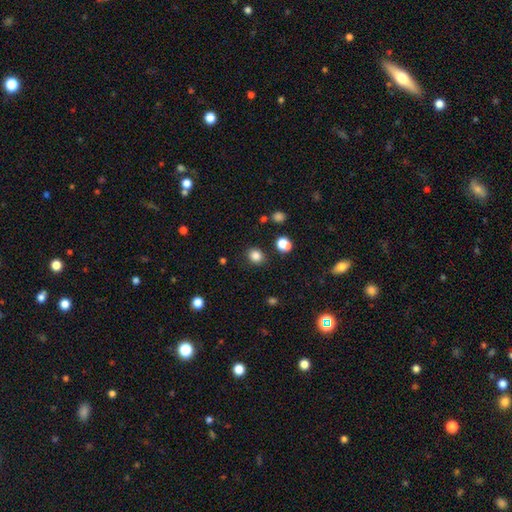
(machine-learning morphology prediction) A smooth galaxy with no disk features (83%) that is round (74%).

Vote fractions:
- Smooth or featured? smooth: 83% / star or artifact: 12% / featured or disk: 4%
- How rounded? round: 74% / in between: 25% / cigar-shaped: 1%
- Merging? none: 86% / minor disturbance: 9% / merger: 3% / major disturbance: 3%